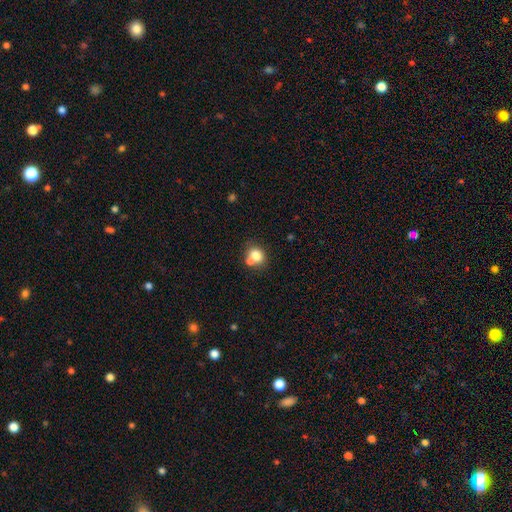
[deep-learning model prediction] Smooth or featured? smooth (78%)
How rounded? round (61%)
Merging? none (50%)